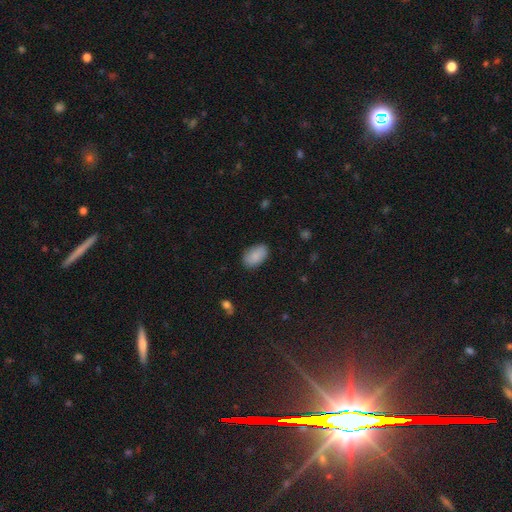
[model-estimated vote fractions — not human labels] Smooth or featured? Predicted: smooth (p=0.87). How rounded? Predicted: in between (p=0.92). Merging? Predicted: none (p=0.83).